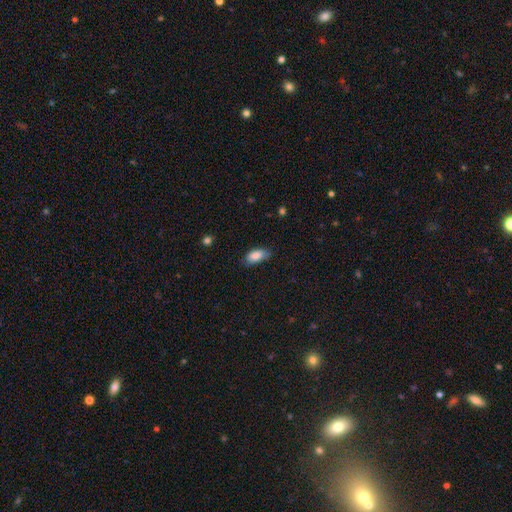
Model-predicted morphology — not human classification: A smooth galaxy with no disk features (84%) that is in between round and cigar-shaped (89%). Merging: none (72%).